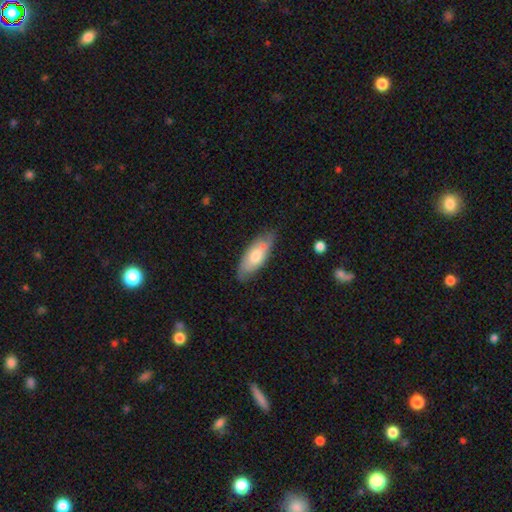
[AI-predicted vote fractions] Smooth or featured?
  - smooth: 64% *
  - featured or disk: 30%
  - star or artifact: 6%
How rounded?
  - in between: 73% *
  - cigar-shaped: 25%
  - round: 2%
Merging?
  - none: 74% *
  - minor disturbance: 20%
  - major disturbance: 3%
  - merger: 3%